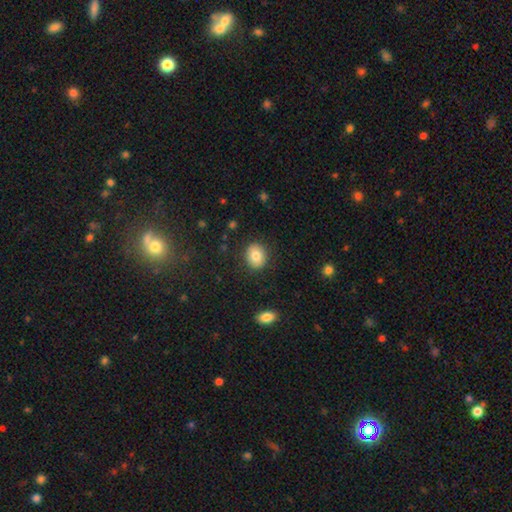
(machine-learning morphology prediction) Overall: smooth (81%). How rounded: round (60%; in between 39%). Merging: none (88%).